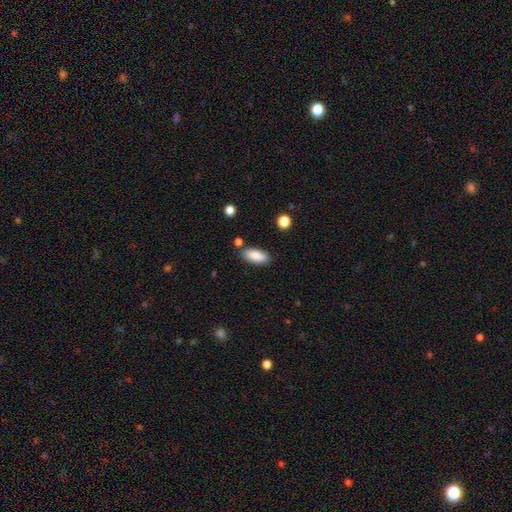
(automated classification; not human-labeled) This appears to be a smooth galaxy with no disk features (87%) that is in between round and cigar-shaped (86%). Merging: none (81%).